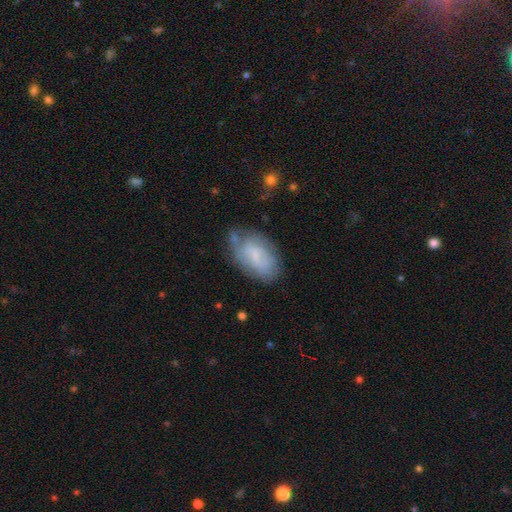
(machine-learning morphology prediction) The model was most divided on "smooth or featured": smooth: 52%, featured or disk: 40%, star or artifact: 8%. More confident: how rounded — in between (92%); merging — none (58%).